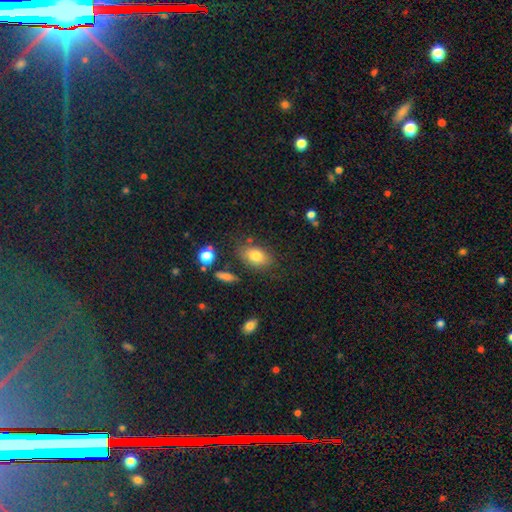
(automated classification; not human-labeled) smooth-or-featured: smooth: 79% | featured or disk: 12% | star or artifact: 10%
  how-rounded: in between: 84% | round: 13% | cigar-shaped: 3%
  merging: none: 75% | minor disturbance: 15% | merger: 5% | major disturbance: 5%